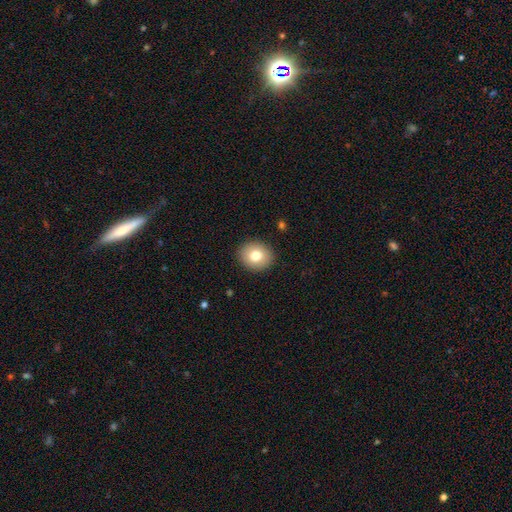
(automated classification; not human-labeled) smooth-or-featured: smooth: 78% | featured or disk: 13% | star or artifact: 9%
  how-rounded: round: 73% | in between: 27% | cigar-shaped: 1%
  merging: none: 91% | minor disturbance: 6% | major disturbance: 2% | merger: 1%